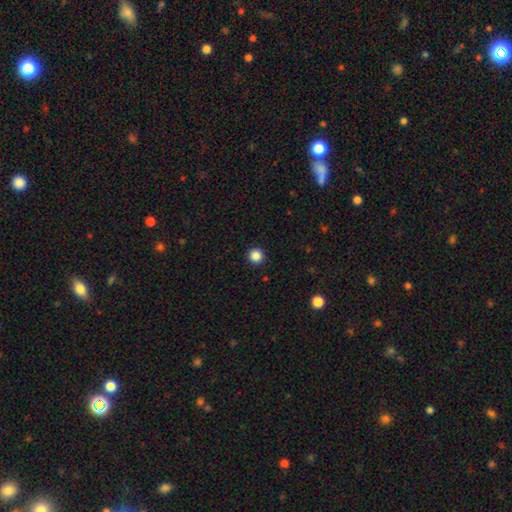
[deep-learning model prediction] Smooth or featured: smooth — 87% (star or artifact — 11%)
How rounded: round — 96% (in between — 3%)
Merging: none — 93% (minor disturbance — 4%)